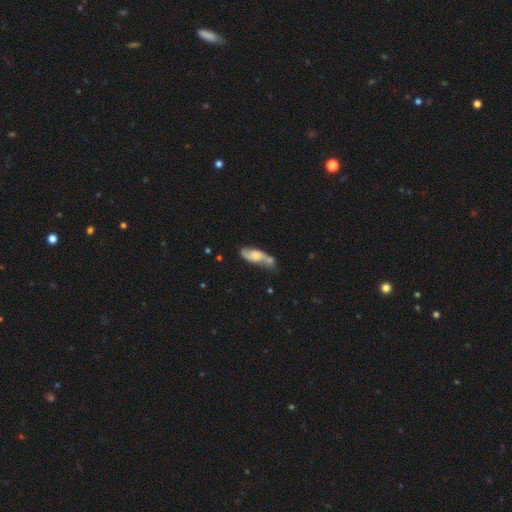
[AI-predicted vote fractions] Smooth or featured: featured or disk — 47% (smooth — 46%)
Merging: none — 36% (merger — 34%)